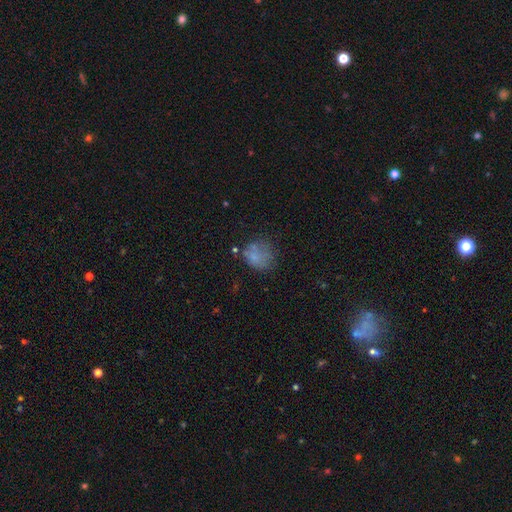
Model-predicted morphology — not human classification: Smooth or featured?
  - smooth: 64% *
  - featured or disk: 21%
  - star or artifact: 14%
How rounded?
  - round: 60% *
  - in between: 39%
  - cigar-shaped: 1%
Merging?
  - none: 48% *
  - minor disturbance: 25%
  - major disturbance: 19%
  - merger: 8%